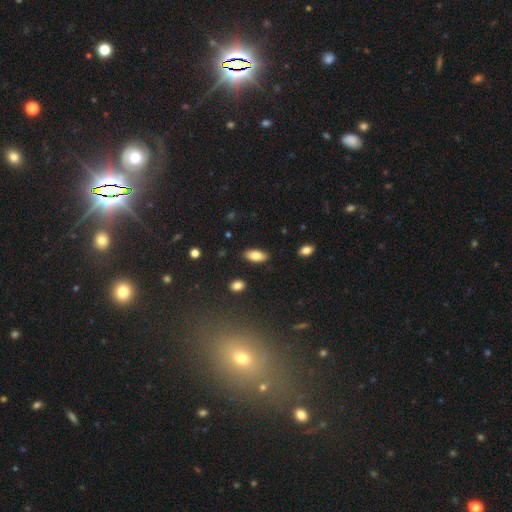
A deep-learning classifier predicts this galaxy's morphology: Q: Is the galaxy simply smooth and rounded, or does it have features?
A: smooth — 80%.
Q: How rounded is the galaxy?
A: in between — 86%.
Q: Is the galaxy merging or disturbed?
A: none — 87%.